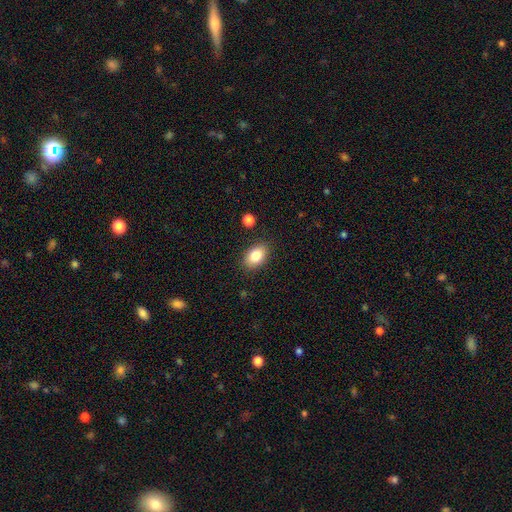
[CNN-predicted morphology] smooth_or_featured: smooth (p=0.83) [alt: featured or disk p=0.09]
how_rounded: in between (p=0.86) [alt: round p=0.13]
merging: none (p=0.86) [alt: minor disturbance p=0.10]